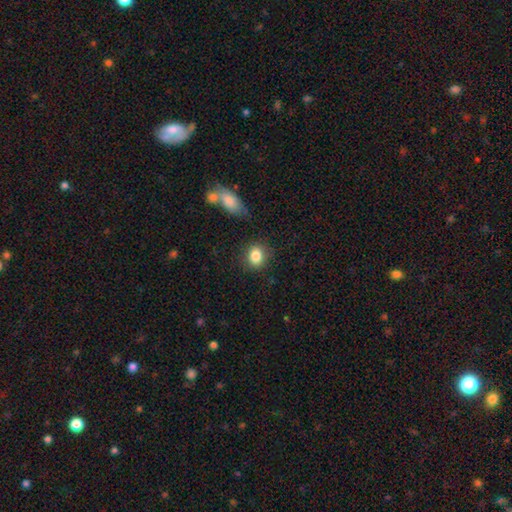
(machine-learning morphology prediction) smooth-or-featured: smooth: 86% | star or artifact: 9% | featured or disk: 6%
  how-rounded: round: 50% | in between: 48% | cigar-shaped: 1%
  merging: none: 81% | minor disturbance: 12% | major disturbance: 4% | merger: 3%